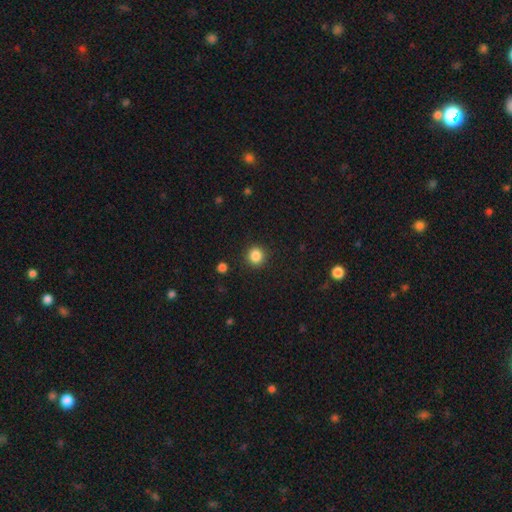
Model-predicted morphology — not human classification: Smooth or featured? smooth (86%)
How rounded? round (90%)
Merging? none (91%)